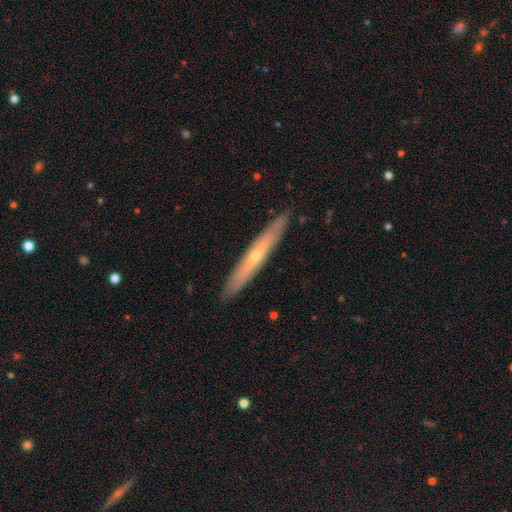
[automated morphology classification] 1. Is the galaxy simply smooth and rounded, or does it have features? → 59% featured or disk, 35% smooth, 6% star or artifact.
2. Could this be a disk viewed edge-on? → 88% yes, 12% no.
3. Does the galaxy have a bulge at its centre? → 62% rounded, 35% none, 2% boxy.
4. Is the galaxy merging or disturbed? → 90% none, 8% minor disturbance, 1% major disturbance, 1% merger.